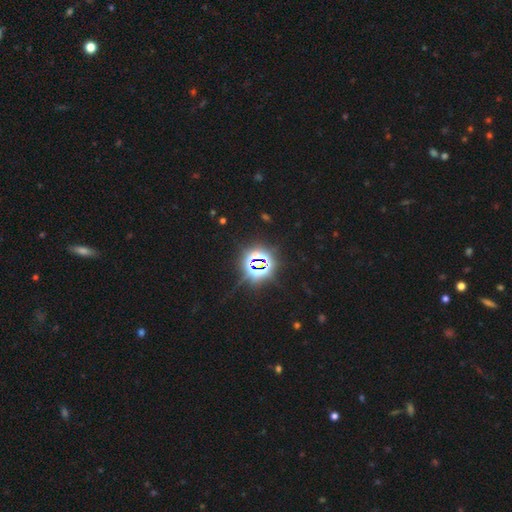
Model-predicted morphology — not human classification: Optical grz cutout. It shows a star or artifact, not a galaxy (81%).